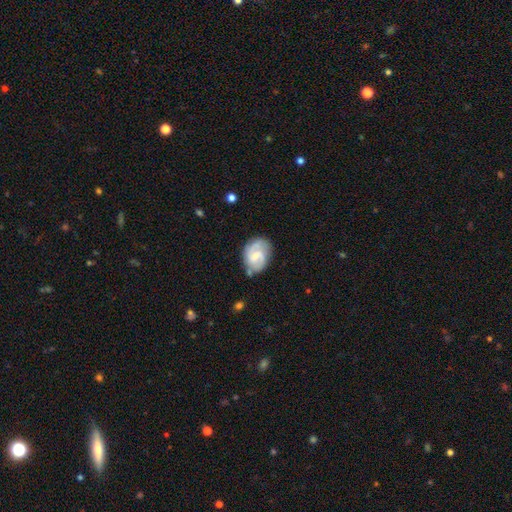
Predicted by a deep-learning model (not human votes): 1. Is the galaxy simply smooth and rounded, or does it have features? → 69% featured or disk, 25% smooth, 6% star or artifact.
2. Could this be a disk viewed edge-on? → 97% no, 3% yes.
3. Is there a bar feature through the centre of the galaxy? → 56% weak, 33% no, 11% strong.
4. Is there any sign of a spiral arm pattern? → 90% yes, 10% no.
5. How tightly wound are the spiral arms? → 48% medium, 32% tight, 20% loose.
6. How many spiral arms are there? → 73% 2, 13% can't tell, 6% 1, 5% 3, 1% 4, 1% more than 4.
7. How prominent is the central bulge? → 45% small, 38% moderate, 12% none, 4% large, 1% dominant.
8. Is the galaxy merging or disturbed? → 64% none, 24% minor disturbance, 8% major disturbance, 4% merger.